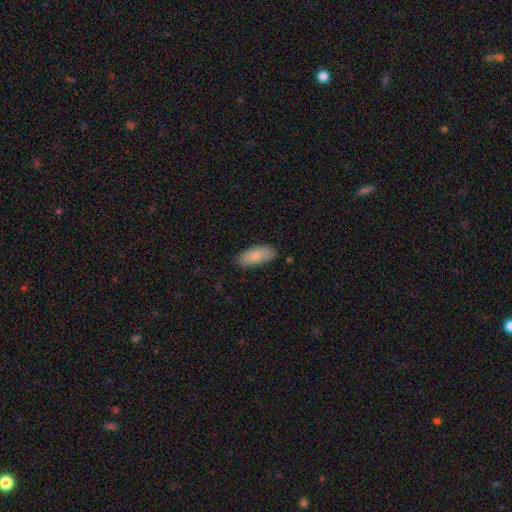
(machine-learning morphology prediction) A smooth galaxy with no disk features (84%) that is in between round and cigar-shaped (84%). Merging: none (81%).